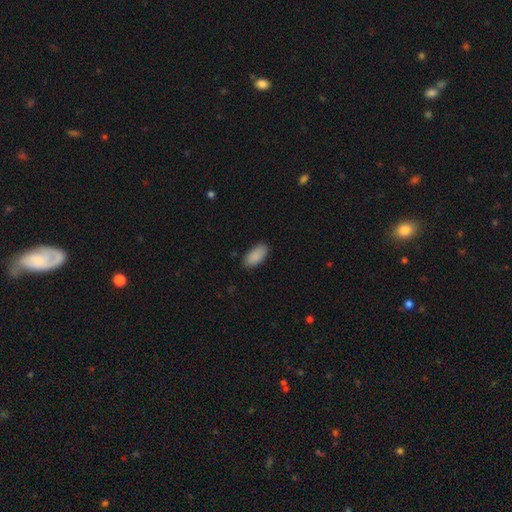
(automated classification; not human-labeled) Smooth or featured? Predicted: smooth (p=0.90). How rounded? Predicted: in between (p=0.93). Merging? Predicted: none (p=0.86).